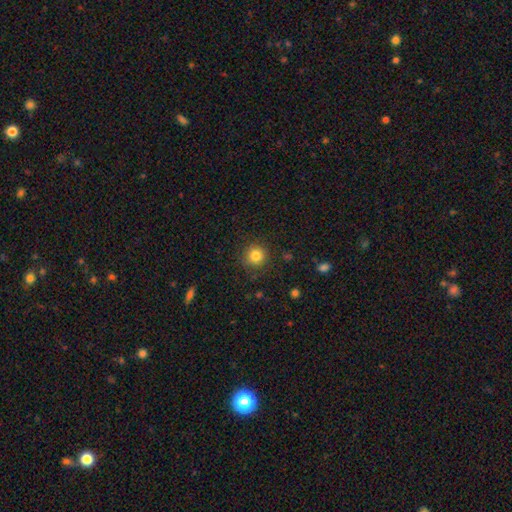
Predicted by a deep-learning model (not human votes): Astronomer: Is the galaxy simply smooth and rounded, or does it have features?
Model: smooth — 83%.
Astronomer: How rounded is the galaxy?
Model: round — 94%.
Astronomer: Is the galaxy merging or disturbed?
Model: none — 89%.